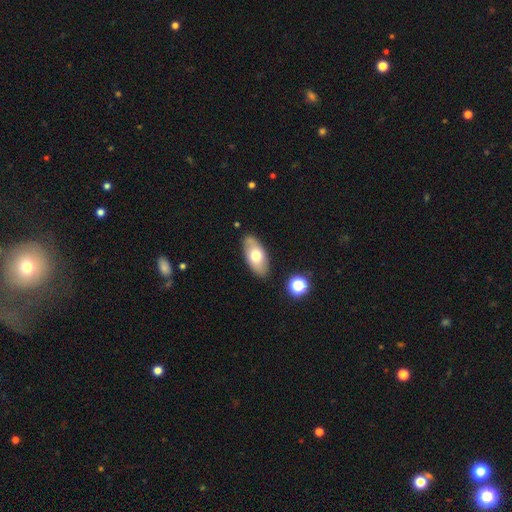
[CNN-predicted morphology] type=smooth (64%); roundness=in between (91%); merging=none (83%).